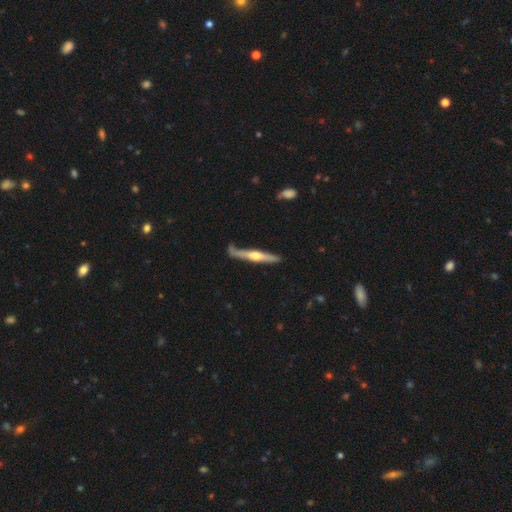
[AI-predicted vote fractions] Smooth or featured? Predicted: featured or disk (p=0.64). Edge-on disk? Predicted: yes (p=0.95). Edge-on bulge? Predicted: rounded (p=0.90). Merging? Predicted: none (p=0.73).